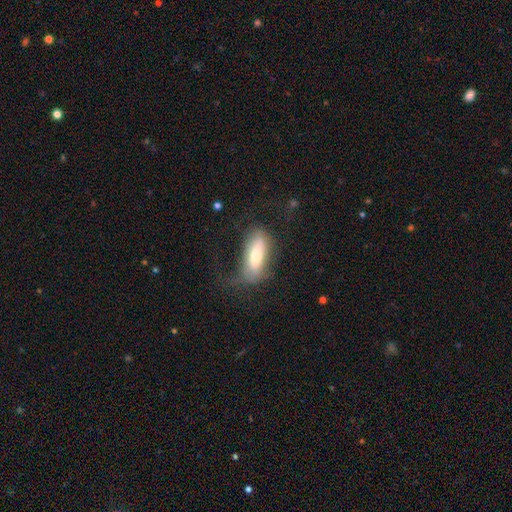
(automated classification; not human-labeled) smooth-or-featured: smooth: 65% | featured or disk: 28% | star or artifact: 7%
  how-rounded: in between: 71% | cigar-shaped: 26% | round: 3%
  merging: none: 52% | minor disturbance: 26% | major disturbance: 20% | merger: 2%